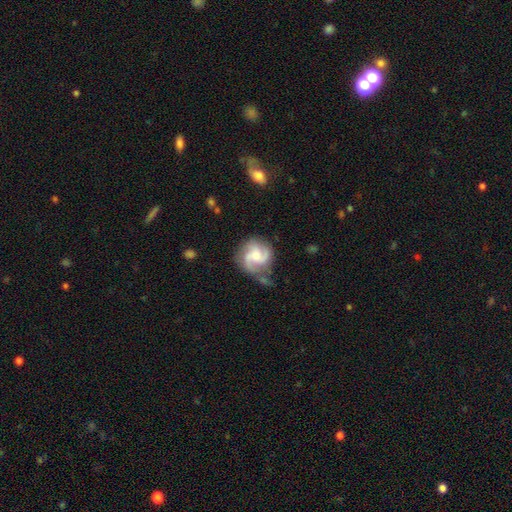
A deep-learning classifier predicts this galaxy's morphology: Overall: featured or disk (82%). Edge-on disk: no (98%). Bar: no (55%; weak 38%). Spiral arms: yes (97%). Spiral arm count: 2 (44%; 3 40%). Spiral winding: medium (53%; loose 24%). Bulge size: moderate (45%; small 40%). Merging: none (63%).